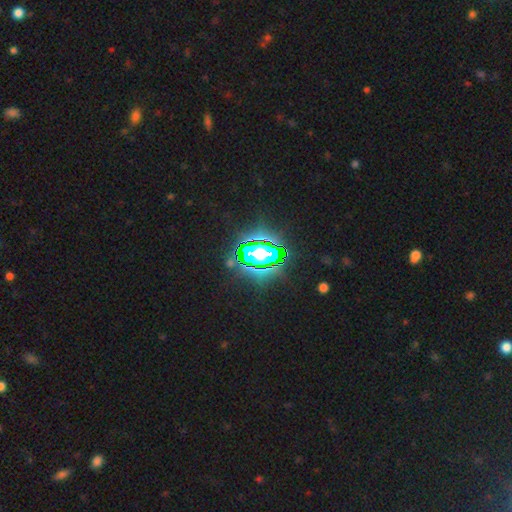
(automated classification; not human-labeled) Q: Smooth or featured?
A: star or artifact (78%); runner-up: smooth (12%)